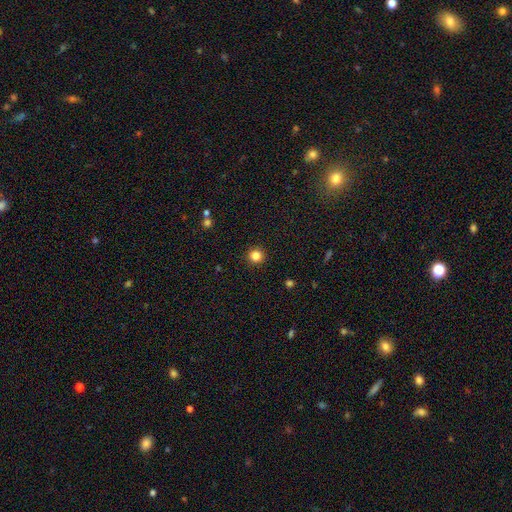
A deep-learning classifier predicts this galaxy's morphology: This is clearly a smooth galaxy (84%). How rounded: clearly round (95%). Merging: clearly none (93%).